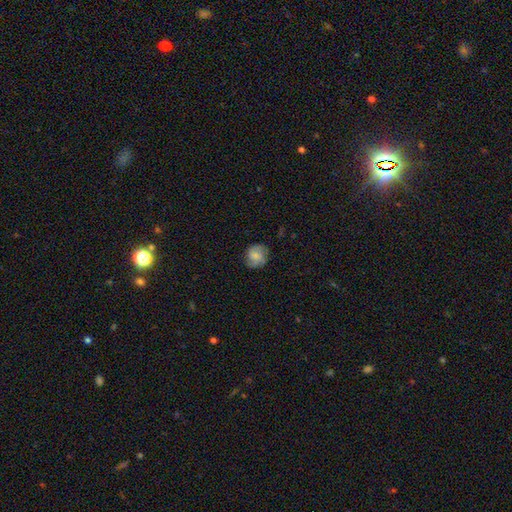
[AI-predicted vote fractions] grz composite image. It shows a smooth galaxy with no disk features (60%) that is round (77%). Merging: none (72%).